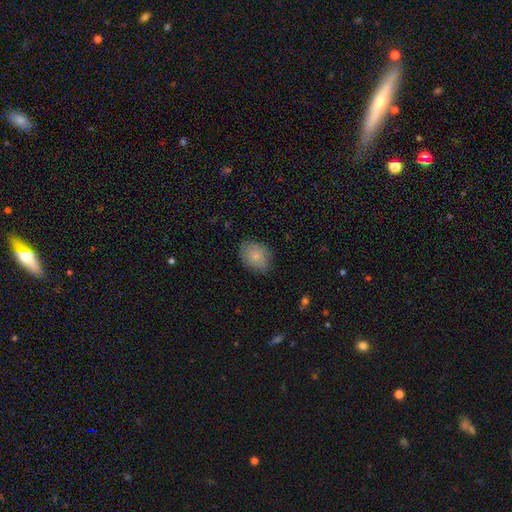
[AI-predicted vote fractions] Smooth or featured? smooth (79%)
How rounded? in between (66%)
Merging? none (80%)